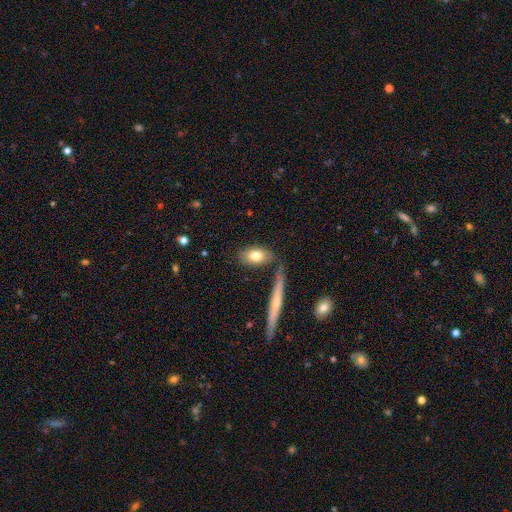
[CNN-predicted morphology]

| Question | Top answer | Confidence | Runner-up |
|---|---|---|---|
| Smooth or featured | smooth | 77% | featured or disk (16%) |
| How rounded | in between | 83% | cigar-shaped (10%) |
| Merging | none | 73% | minor disturbance (15%) |